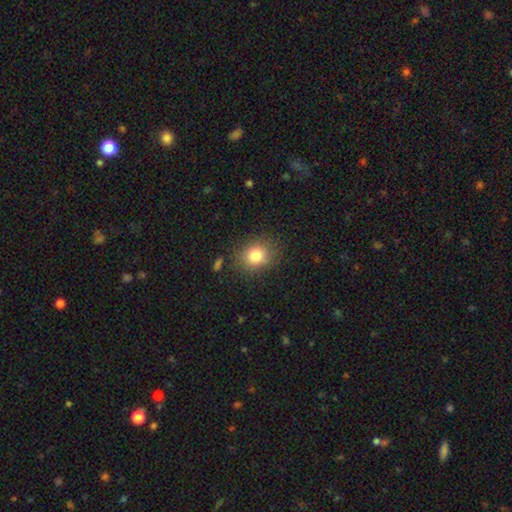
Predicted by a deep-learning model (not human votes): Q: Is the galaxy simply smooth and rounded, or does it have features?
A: smooth — 82%.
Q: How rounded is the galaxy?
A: round — 68%.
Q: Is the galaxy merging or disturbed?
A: none — 83%.